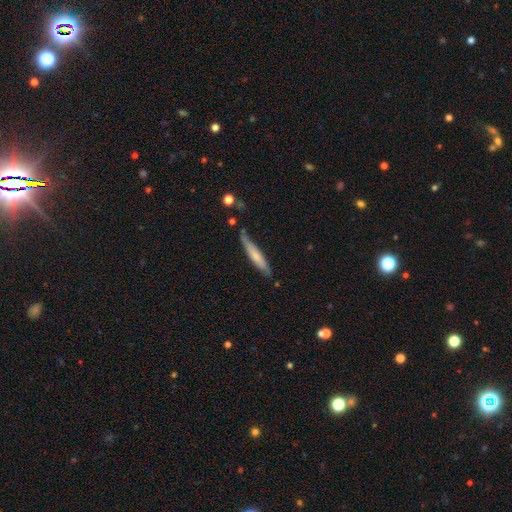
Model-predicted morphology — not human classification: Smooth or featured: smooth — 64% (featured or disk — 31%)
How rounded: cigar-shaped — 91% (in between — 8%)
Merging: none — 71% (minor disturbance — 21%)